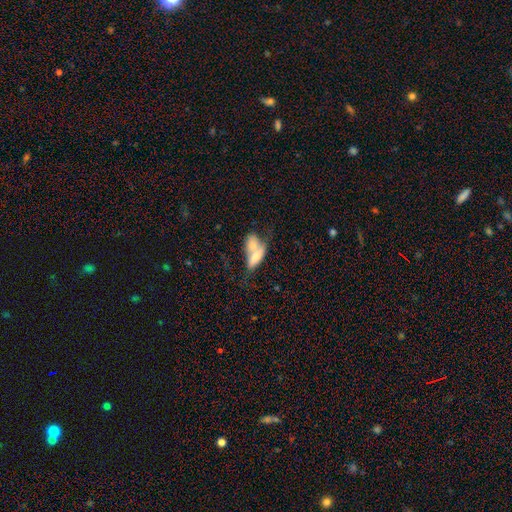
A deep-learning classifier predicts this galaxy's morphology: Smooth or featured? Predicted: smooth (p=0.65). How rounded? Predicted: in between (p=0.78). Merging? Predicted: merger (p=0.72).